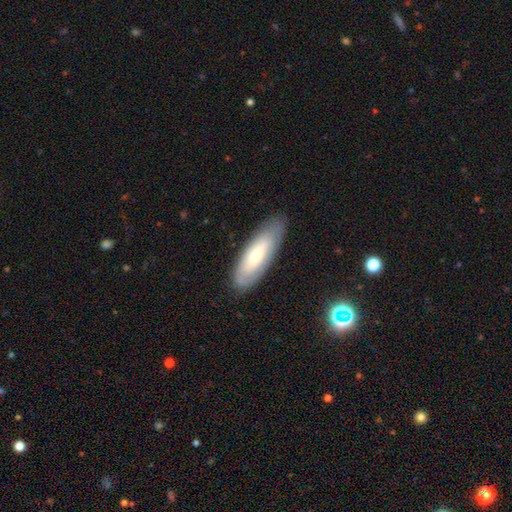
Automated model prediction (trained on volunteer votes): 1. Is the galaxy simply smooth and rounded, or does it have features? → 54% smooth, 39% featured or disk, 6% star or artifact.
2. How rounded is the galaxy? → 61% in between, 38% cigar-shaped, 2% round.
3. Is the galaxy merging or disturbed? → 81% none, 14% minor disturbance, 4% major disturbance, 1% merger.